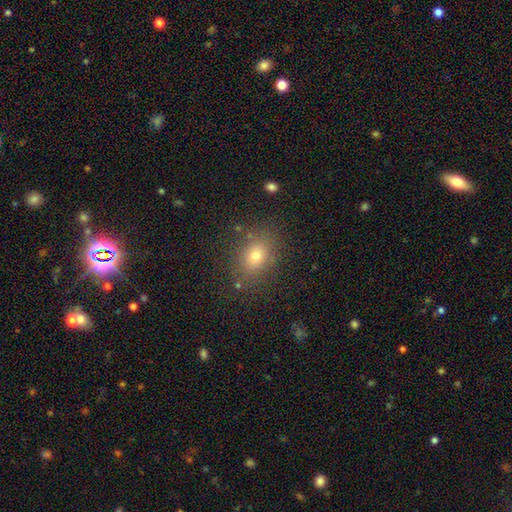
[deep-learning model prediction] smooth_or_featured: smooth (p=0.74) [alt: star or artifact p=0.14]
how_rounded: in between (p=0.62) [alt: round p=0.37]
merging: none (p=0.82) [alt: minor disturbance p=0.11]